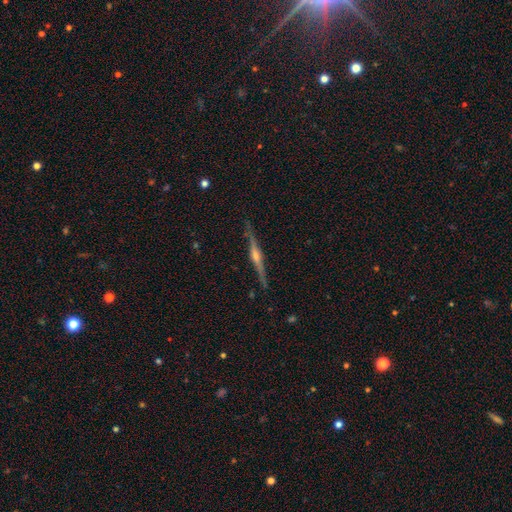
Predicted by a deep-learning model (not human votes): featured or disk 83%, smooth 11%, star or artifact 6%. Down the decision tree: edge-on disk — yes (98%); edge-on bulge — rounded (85%); merging — none (88%).